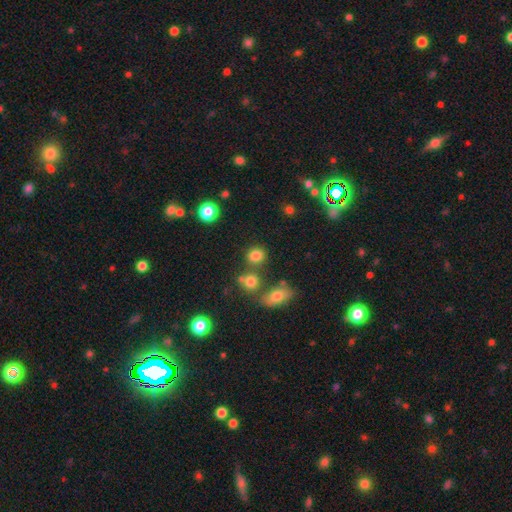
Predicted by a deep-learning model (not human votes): This is likely a smooth galaxy (80%). How rounded: likely round (75%). Merging: likely none (70%).